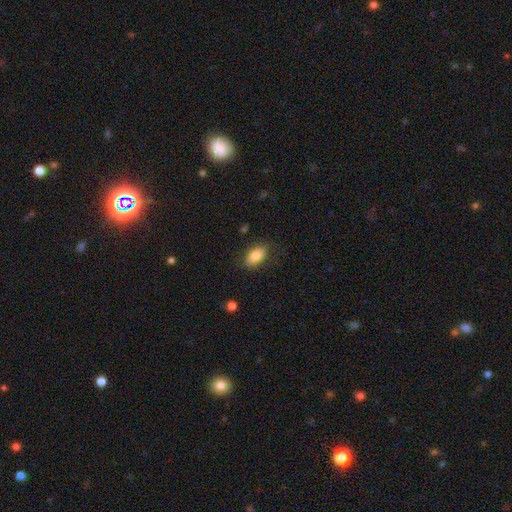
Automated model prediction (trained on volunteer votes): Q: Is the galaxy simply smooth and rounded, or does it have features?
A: smooth — 81%.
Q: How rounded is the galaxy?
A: in between — 91%.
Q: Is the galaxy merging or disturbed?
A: none — 81%.